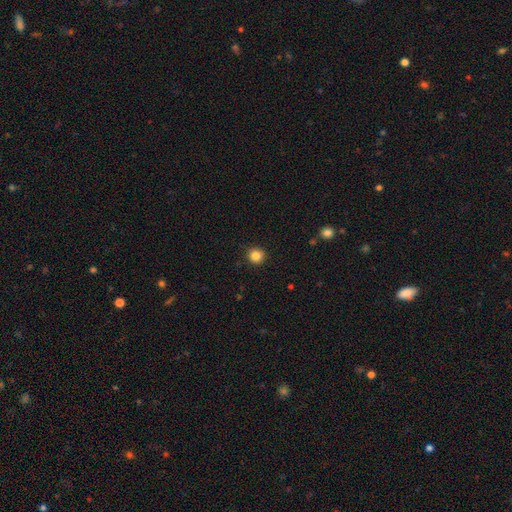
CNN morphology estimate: smooth 85%, star or artifact 11%, featured or disk 4%. Down the decision tree: how rounded — round (93%); merging — none (90%).